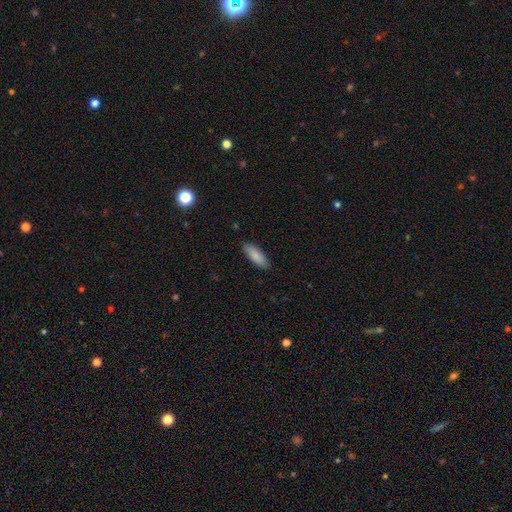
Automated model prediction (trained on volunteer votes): Smooth or featured: smooth — 87% (featured or disk — 7%)
How rounded: in between — 67% (cigar-shaped — 31%)
Merging: none — 87% (minor disturbance — 10%)